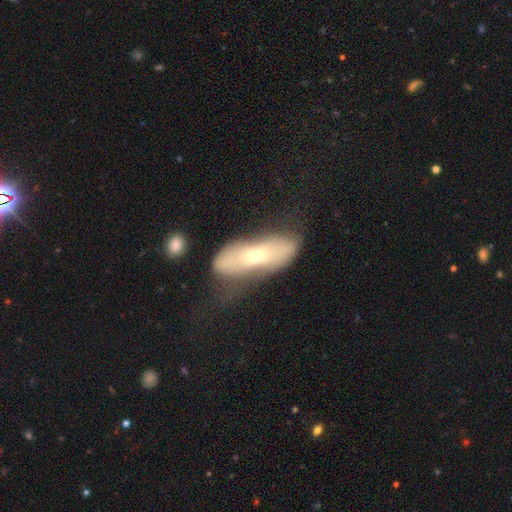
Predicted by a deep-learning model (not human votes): Morphology: type=featured or disk (48%); merging=none (40%).